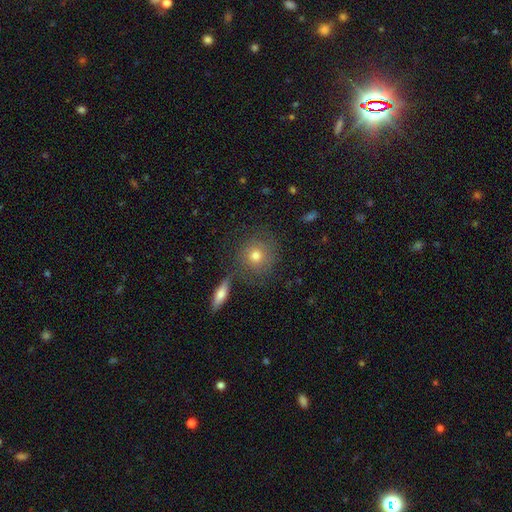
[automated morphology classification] Smooth or featured? smooth (73%)
How rounded? round (87%)
Merging? none (74%)